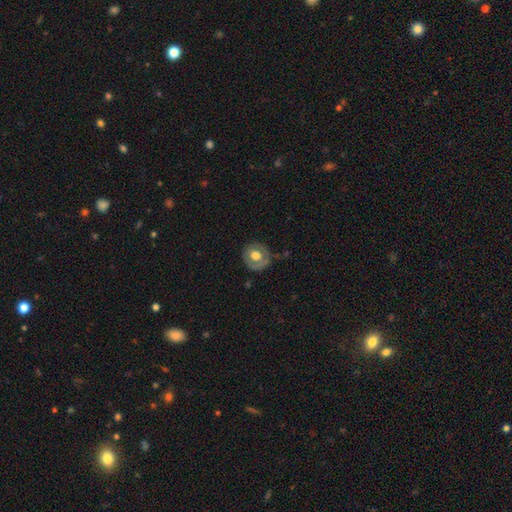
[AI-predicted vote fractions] smooth-or-featured: smooth: 52% | featured or disk: 41% | star or artifact: 7%
  how-rounded: round: 88% | in between: 11% | cigar-shaped: 1%
  merging: none: 75% | minor disturbance: 17% | major disturbance: 6% | merger: 2%